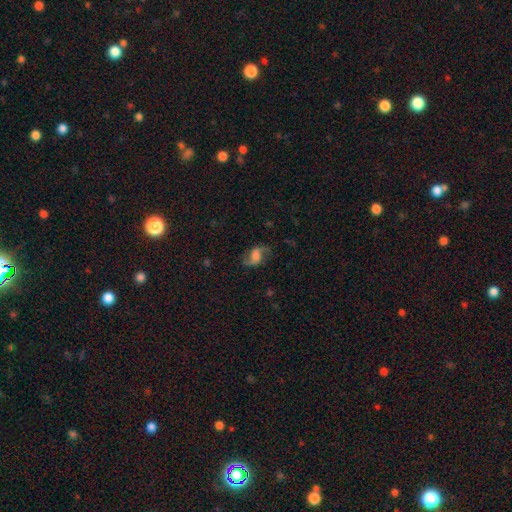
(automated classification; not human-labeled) A featured or disk galaxy (67%) with a weak bar (44%), 2 (89%) loose (68%) spiral arms (93%) and no central bulge (30%).

Vote fractions:
- Smooth or featured? featured or disk: 67% / smooth: 23% / star or artifact: 10%
- Edge-on disk? no: 97% / yes: 3%
- Bar? weak: 44% / no: 37% / strong: 18%
- Spiral arms? yes: 93% / no: 7%
- Spiral winding? loose: 68% / medium: 26% / tight: 6%
- Spiral arm count? 2: 89% / 1: 4% / can't tell: 3% / 3: 1% / 4: 1% / more than 4: 1%
- Bulge size? none: 30% / large: 25% / moderate: 23% / small: 18% / dominant: 4%
- Merging? none: 68% / minor disturbance: 18% / major disturbance: 12% / merger: 2%